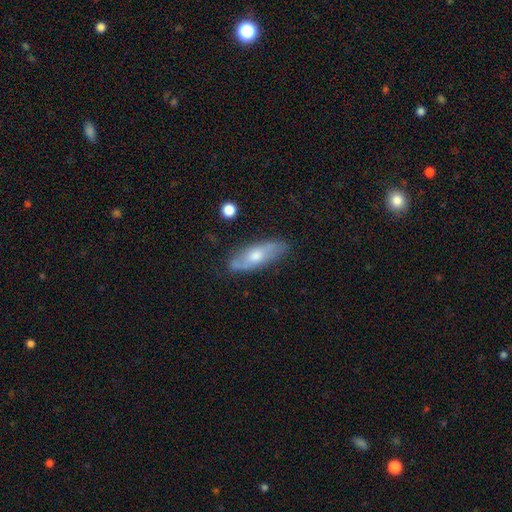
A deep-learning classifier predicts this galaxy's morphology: This appears to be a featured or disk galaxy (49%). Merging: none (80%).